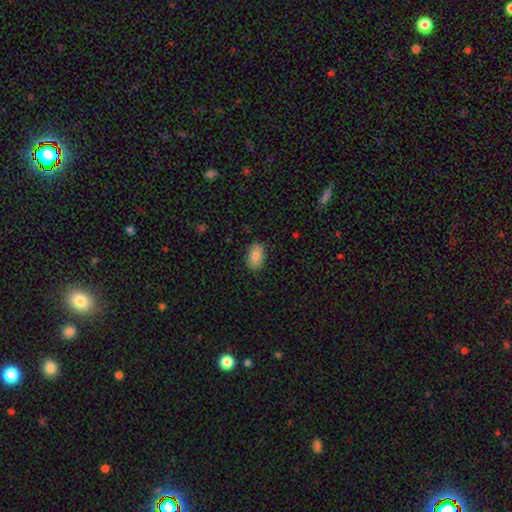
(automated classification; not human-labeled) smooth-or-featured: smooth: 84% | featured or disk: 9% | star or artifact: 7%
  how-rounded: in between: 90% | round: 8% | cigar-shaped: 2%
  merging: none: 86% | minor disturbance: 11% | major disturbance: 2% | merger: 1%